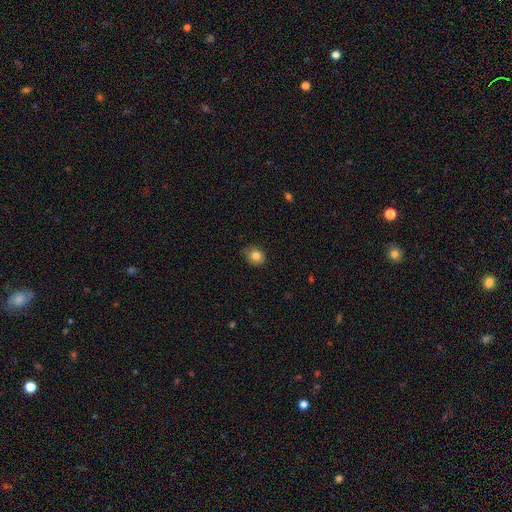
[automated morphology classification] Overall: smooth (83%). How rounded: round (57%; in between 42%). Merging: none (78%).